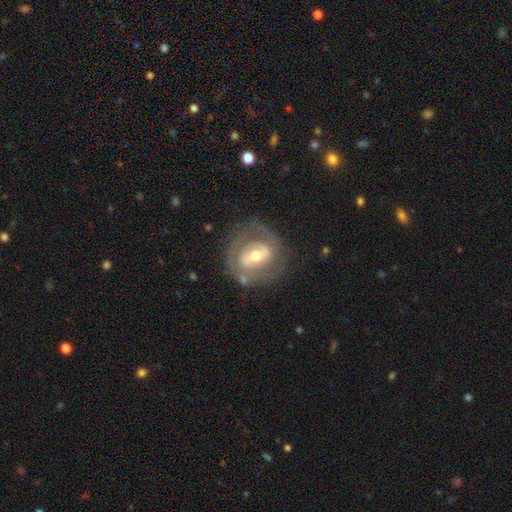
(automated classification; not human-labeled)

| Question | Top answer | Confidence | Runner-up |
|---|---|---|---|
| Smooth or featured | featured or disk | 73% | smooth (21%) |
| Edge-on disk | no | 95% | yes (5%) |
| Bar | weak | 40% | no (31%) |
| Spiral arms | yes | 54% | no (46%) |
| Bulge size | moderate | 66% | small (25%) |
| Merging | none | 68% | minor disturbance (17%) |